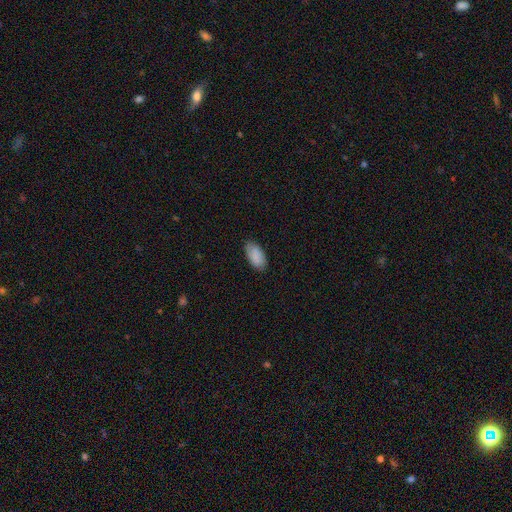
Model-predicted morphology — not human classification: Smooth or featured: smooth — 86% (featured or disk — 8%)
How rounded: in between — 94% (cigar-shaped — 3%)
Merging: none — 81% (minor disturbance — 15%)